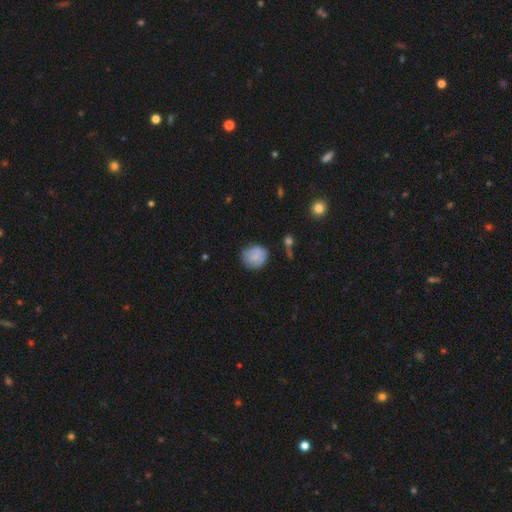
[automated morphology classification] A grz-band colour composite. It shows a smooth galaxy with no disk features (71%) that is round (76%). Merging: none (65%).